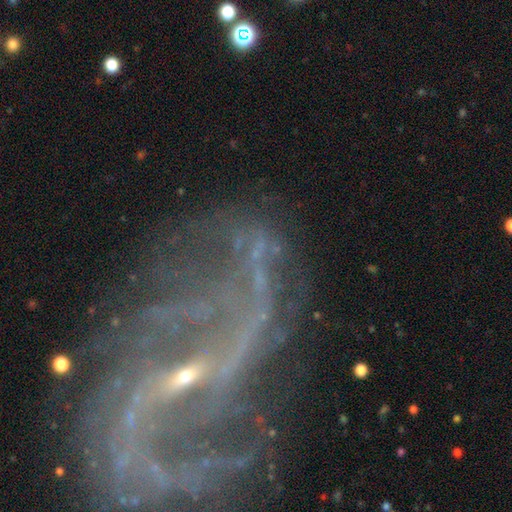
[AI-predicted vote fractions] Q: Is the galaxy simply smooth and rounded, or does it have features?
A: featured or disk — 86%.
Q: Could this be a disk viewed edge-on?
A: no — 97%.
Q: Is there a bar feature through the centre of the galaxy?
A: strong — 38%.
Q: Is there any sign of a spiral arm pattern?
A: yes — 91%.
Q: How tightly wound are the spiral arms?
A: loose — 51%.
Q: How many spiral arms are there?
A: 2 — 51%.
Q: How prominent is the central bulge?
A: small — 80%.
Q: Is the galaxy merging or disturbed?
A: none — 54%.